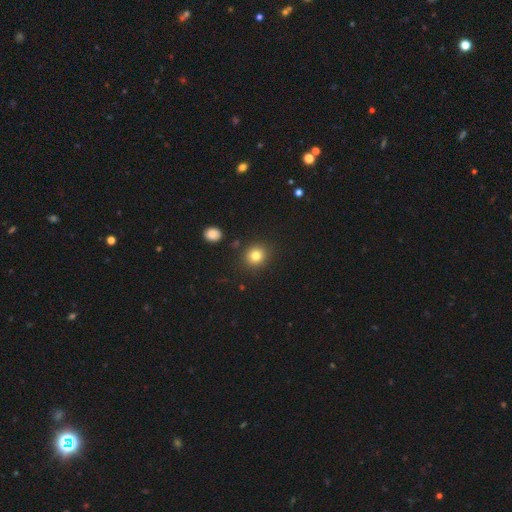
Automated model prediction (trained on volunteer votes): smooth_or_featured: smooth (p=0.81) [alt: star or artifact p=0.12]
how_rounded: round (p=0.87) [alt: in between p=0.12]
merging: none (p=0.88) [alt: minor disturbance p=0.07]